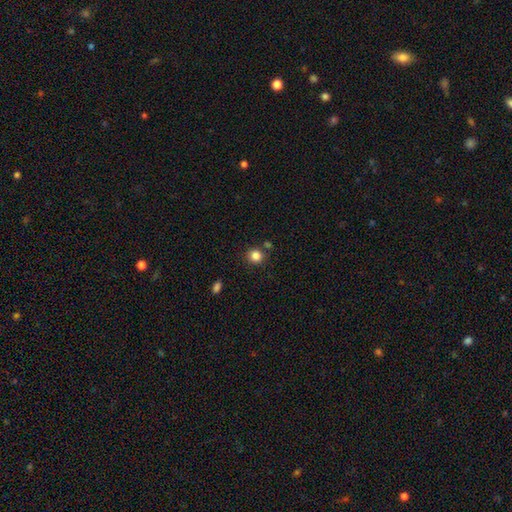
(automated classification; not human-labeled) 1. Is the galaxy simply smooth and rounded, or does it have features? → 84% smooth, 12% star or artifact, 5% featured or disk.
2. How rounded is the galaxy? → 89% round, 10% in between, 1% cigar-shaped.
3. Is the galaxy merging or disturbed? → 82% none, 9% minor disturbance, 6% merger, 3% major disturbance.